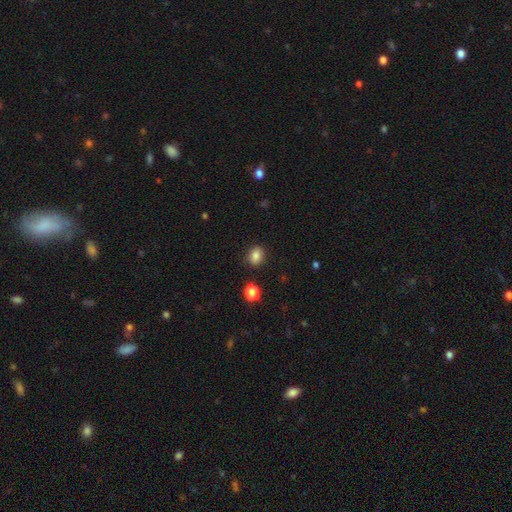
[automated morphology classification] The model was most divided on "how rounded": in between: 58%, round: 41%, cigar-shaped: 1%. More confident: merging — none (85%); smooth or featured — smooth (84%).